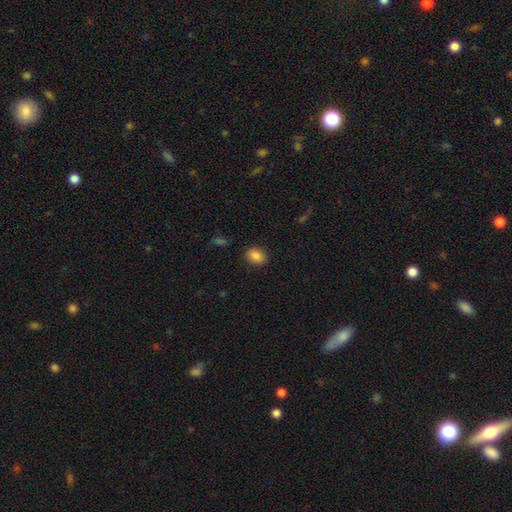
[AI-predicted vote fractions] Smooth or featured?
  - smooth: 86% *
  - star or artifact: 9%
  - featured or disk: 5%
How rounded?
  - in between: 63% *
  - round: 36%
  - cigar-shaped: 1%
Merging?
  - none: 88% *
  - minor disturbance: 9%
  - major disturbance: 3%
  - merger: 1%